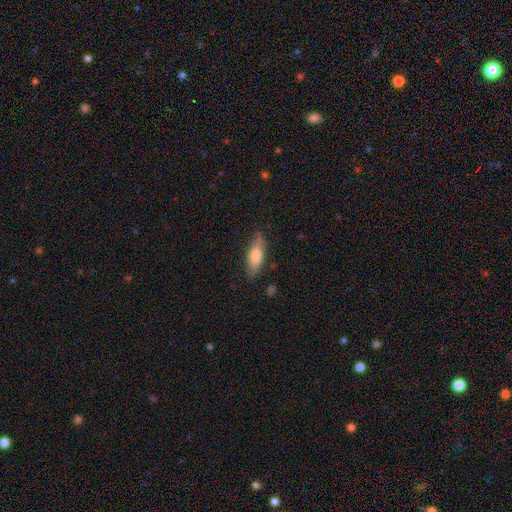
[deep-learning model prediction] This appears to be a smooth galaxy with no disk features (69%) that is in between round and cigar-shaped (58%). Merging: none (81%).